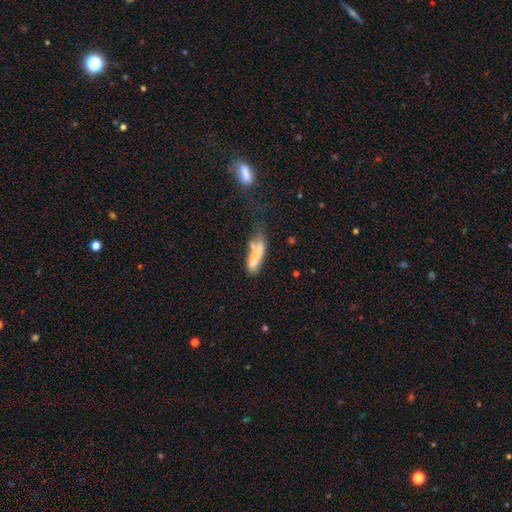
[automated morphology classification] type=smooth (69%); roundness=cigar-shaped (62%); merging=none (36%).